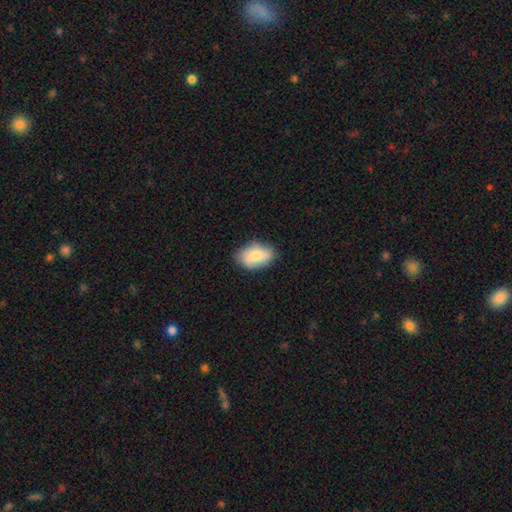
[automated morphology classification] type=smooth (73%); roundness=in between (87%); merging=none (74%).